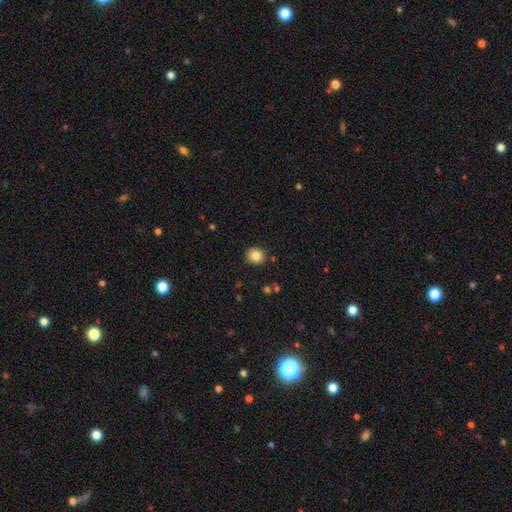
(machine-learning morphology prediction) The model was most divided on "how rounded": round: 85%, in between: 14%, cigar-shaped: 1%. More confident: merging — none (88%); smooth or featured — smooth (83%).